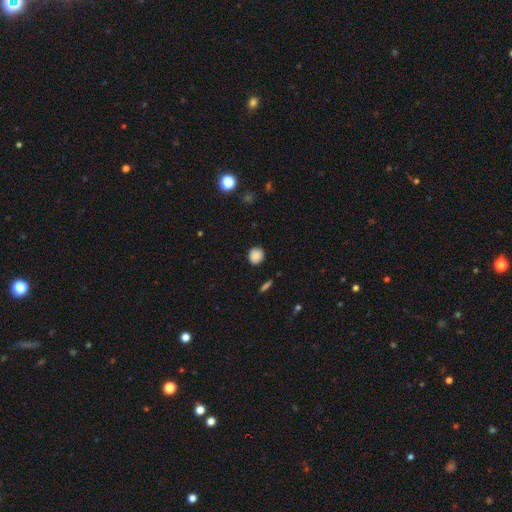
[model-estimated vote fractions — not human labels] This is clearly a smooth galaxy (86%). How rounded: clearly round (89%). Merging: clearly none (87%).